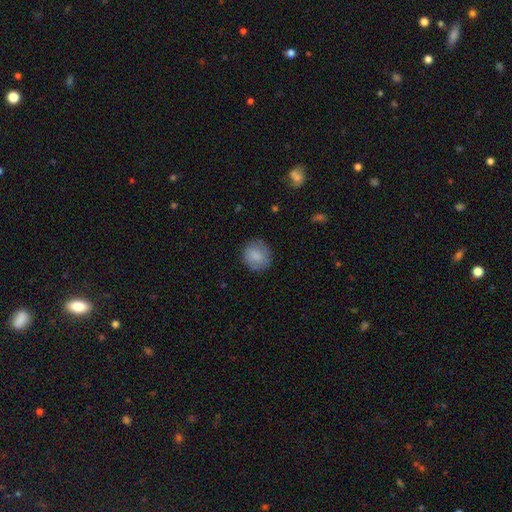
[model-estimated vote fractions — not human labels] smooth_or_featured: smooth (p=0.84) [alt: featured or disk p=0.08]
how_rounded: round (p=0.86) [alt: in between p=0.13]
merging: none (p=0.81) [alt: minor disturbance p=0.14]